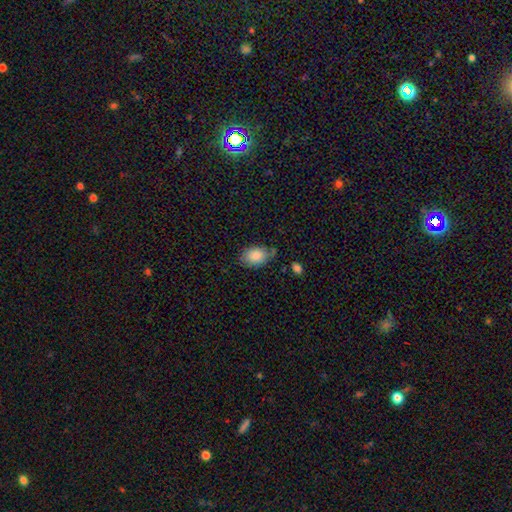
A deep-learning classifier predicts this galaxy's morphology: Overall: smooth (86%). How rounded: in between (83%). Merging: none (66%).